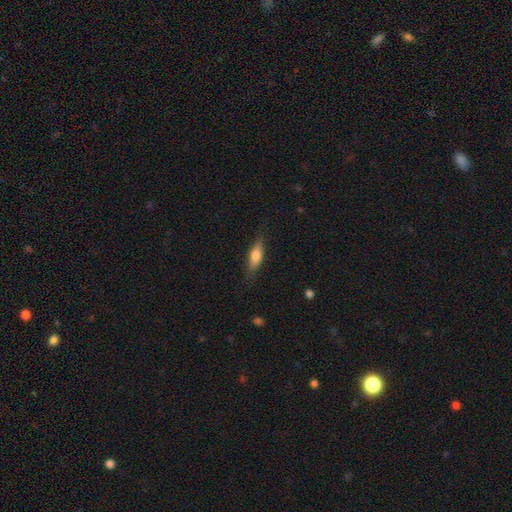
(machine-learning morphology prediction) type=smooth (67%); roundness=in between (54%); merging=none (80%).